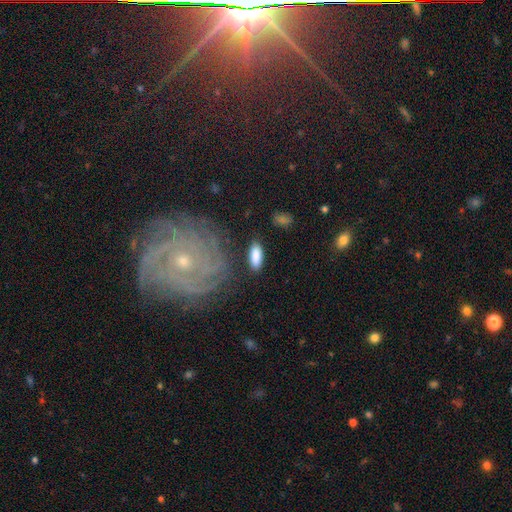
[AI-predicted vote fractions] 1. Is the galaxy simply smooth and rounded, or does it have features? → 86% smooth, 9% featured or disk, 6% star or artifact.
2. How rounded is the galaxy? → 75% in between, 23% cigar-shaped, 2% round.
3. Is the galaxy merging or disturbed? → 82% none, 11% minor disturbance, 4% major disturbance, 3% merger.